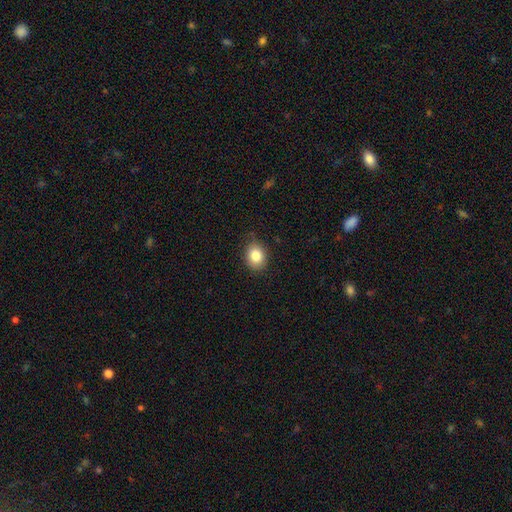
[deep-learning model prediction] Overall: smooth (84%). How rounded: round (51%; in between 48%). Merging: none (81%).